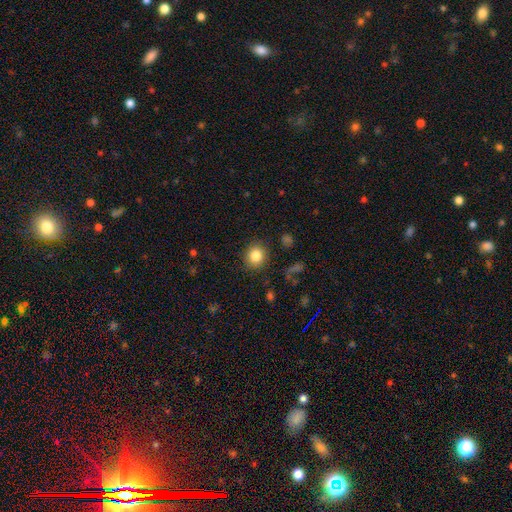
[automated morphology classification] Smooth or featured?
  - smooth: 83% *
  - star or artifact: 10%
  - featured or disk: 7%
How rounded?
  - round: 83% *
  - in between: 16%
  - cigar-shaped: 1%
Merging?
  - none: 89% *
  - minor disturbance: 7%
  - major disturbance: 3%
  - merger: 1%